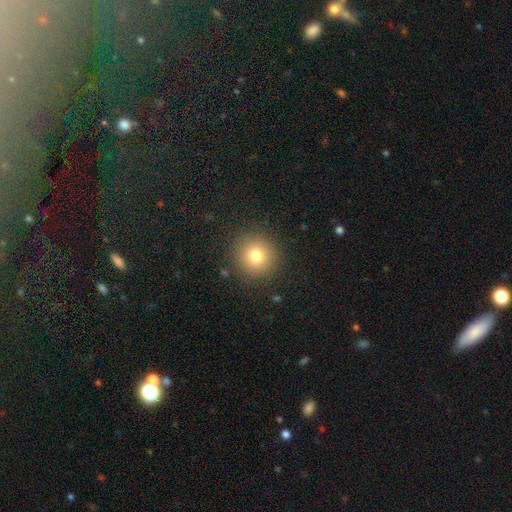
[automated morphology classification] Smooth or featured? Predicted: smooth (p=0.77). How rounded? Predicted: round (p=0.94). Merging? Predicted: none (p=0.89).